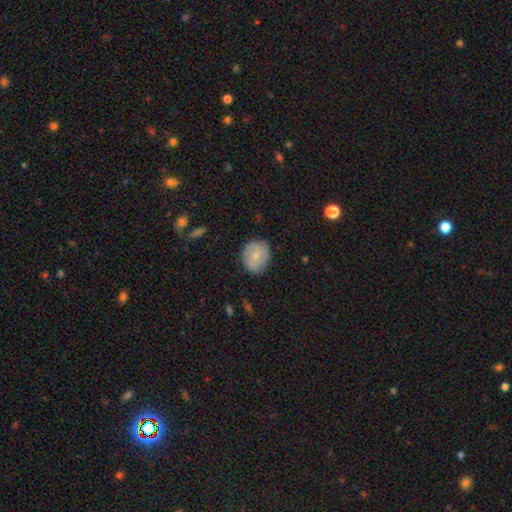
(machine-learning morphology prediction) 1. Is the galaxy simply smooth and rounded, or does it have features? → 64% smooth, 29% featured or disk, 7% star or artifact.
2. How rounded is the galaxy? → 69% round, 30% in between, 1% cigar-shaped.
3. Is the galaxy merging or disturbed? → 81% none, 14% minor disturbance, 3% major disturbance, 1% merger.